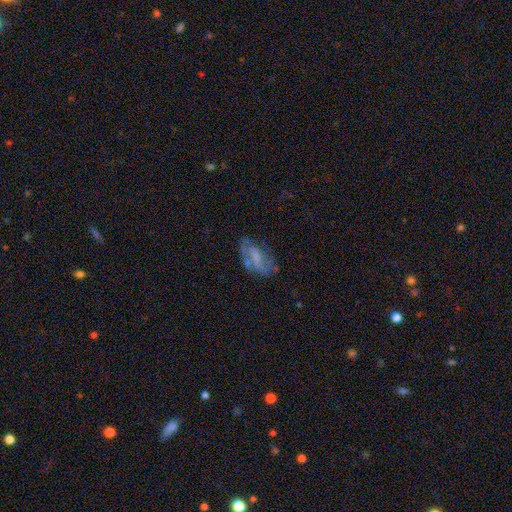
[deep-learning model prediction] A featured or disk galaxy (48%). Merging: none (55%).